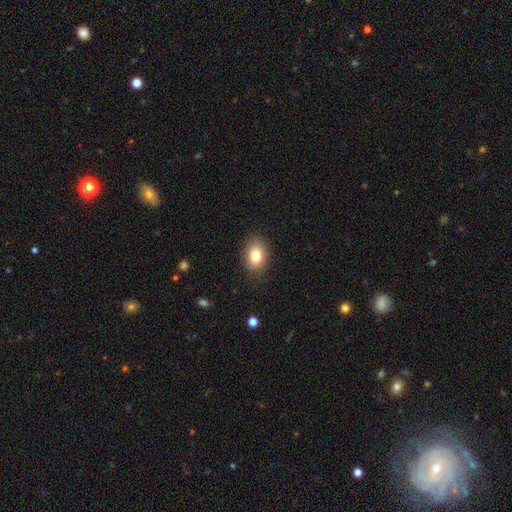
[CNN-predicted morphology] Q: Smooth or featured?
A: smooth (81%); runner-up: featured or disk (10%)
Q: How rounded?
A: in between (71%); runner-up: round (28%)
Q: Merging?
A: none (86%); runner-up: minor disturbance (10%)